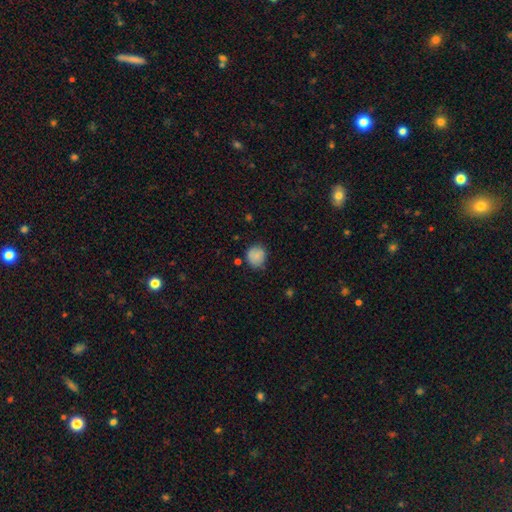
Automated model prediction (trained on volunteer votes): smooth 84%, star or artifact 9%, featured or disk 7%. Down the decision tree: how rounded — round (83%); merging — none (73%).